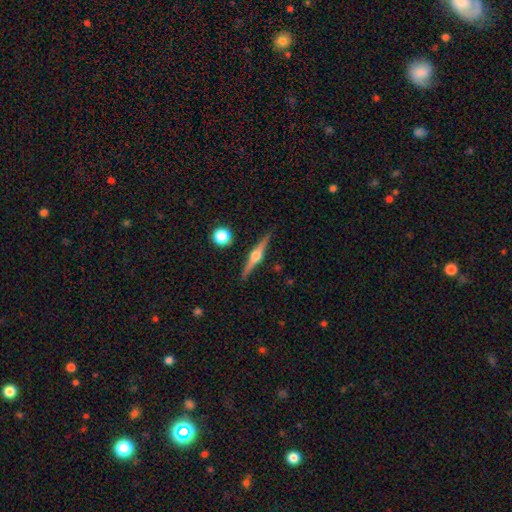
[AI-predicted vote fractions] Smooth or featured? Predicted: featured or disk (p=0.80). Edge-on disk? Predicted: yes (p=0.98). Edge-on bulge? Predicted: rounded (p=0.95). Merging? Predicted: none (p=0.89).